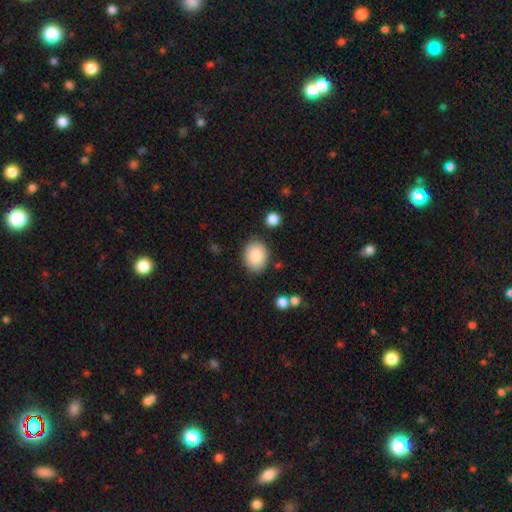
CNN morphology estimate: A smooth galaxy with no disk features (86%) that is in between round and cigar-shaped (57%).

Vote fractions:
- Smooth or featured? smooth: 86% / star or artifact: 7% / featured or disk: 7%
- How rounded? in between: 57% / round: 42% / cigar-shaped: 1%
- Merging? none: 84% / minor disturbance: 10% / merger: 3% / major disturbance: 3%